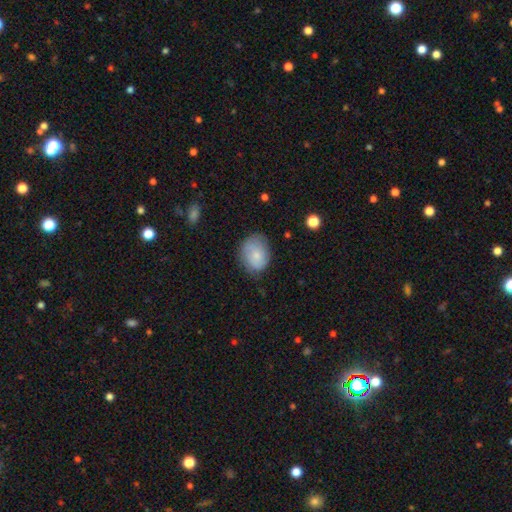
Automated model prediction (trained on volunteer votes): Smooth or featured: smooth — 66% (featured or disk — 26%)
How rounded: in between — 59% (round — 40%)
Merging: none — 66% (minor disturbance — 26%)